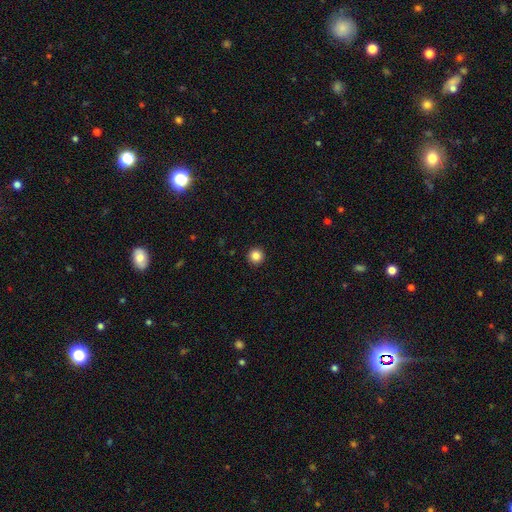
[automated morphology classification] smooth-or-featured: smooth: 85% | star or artifact: 10% | featured or disk: 4%
  how-rounded: round: 96% | in between: 3% | cigar-shaped: 1%
  merging: none: 94% | minor disturbance: 4% | major disturbance: 1% | merger: 1%